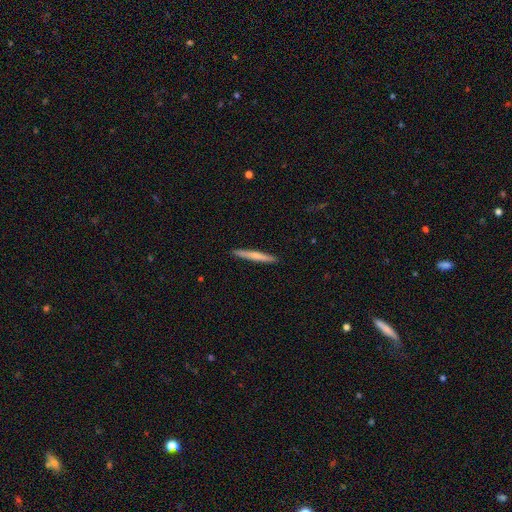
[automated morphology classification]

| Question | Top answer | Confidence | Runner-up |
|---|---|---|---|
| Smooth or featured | smooth | 60% | featured or disk (35%) |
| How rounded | cigar-shaped | 96% | in between (2%) |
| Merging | none | 92% | minor disturbance (5%) |